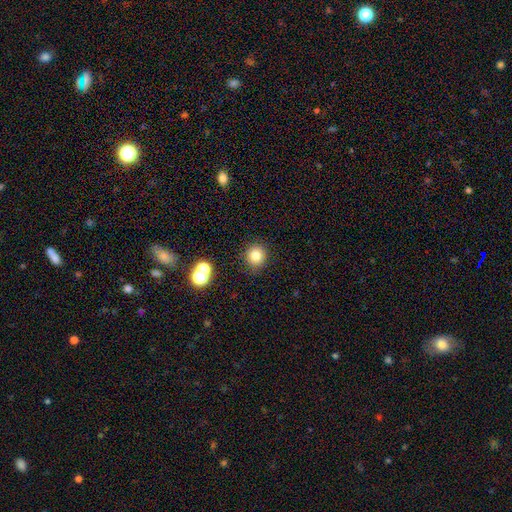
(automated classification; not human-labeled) A smooth galaxy with no disk features (80%) that is round (87%).

Vote fractions:
- Smooth or featured? smooth: 80% / star or artifact: 13% / featured or disk: 7%
- How rounded? round: 87% / in between: 12% / cigar-shaped: 1%
- Merging? none: 85% / minor disturbance: 9% / merger: 4% / major disturbance: 3%